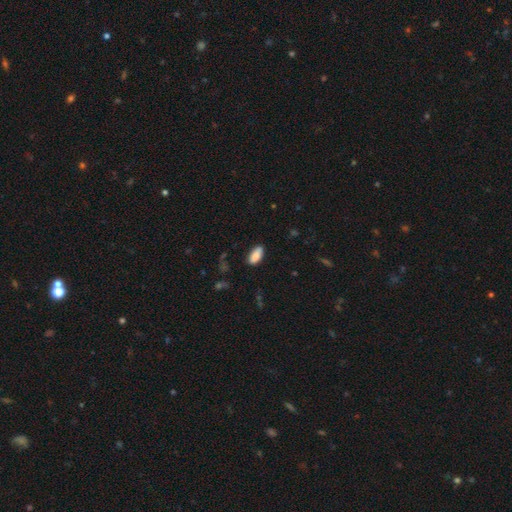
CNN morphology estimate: Smooth or featured: smooth — 88% (star or artifact — 7%)
How rounded: in between — 88% (cigar-shaped — 10%)
Merging: none — 80% (minor disturbance — 16%)